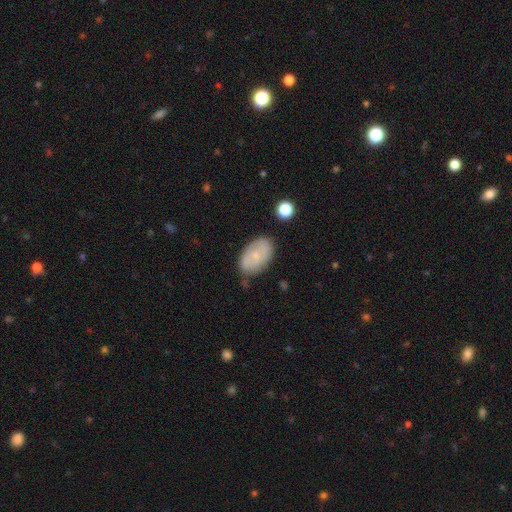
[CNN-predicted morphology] smooth_or_featured: smooth (p=0.63) [alt: featured or disk p=0.30]
how_rounded: in between (p=0.92) [alt: round p=0.07]
merging: none (p=0.74) [alt: minor disturbance p=0.19]